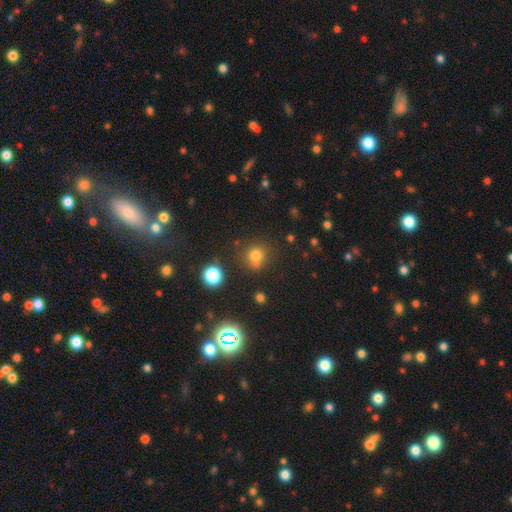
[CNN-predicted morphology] Smooth or featured: smooth — 72% (star or artifact — 19%)
How rounded: round — 82% (in between — 17%)
Merging: none — 62% (merger — 18%)